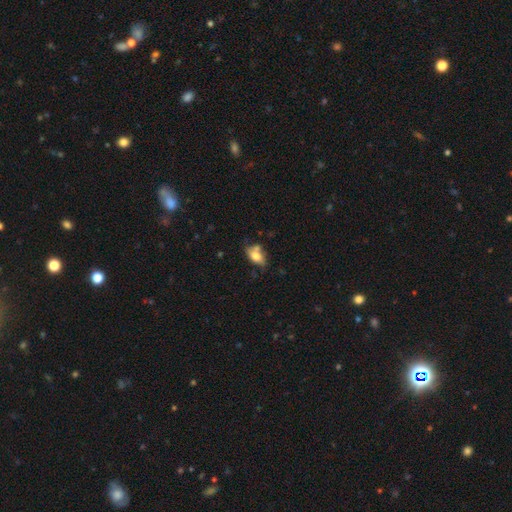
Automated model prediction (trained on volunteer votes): This appears to be a smooth galaxy with no disk features (71%) that is in between round and cigar-shaped (87%). Merging: none (46%).